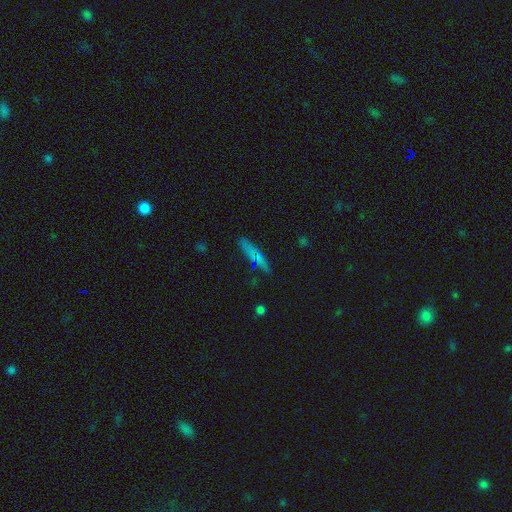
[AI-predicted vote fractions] This is likely a smooth galaxy (63%). How rounded: likely cigar-shaped (72%). Merging: clearly none (85%).